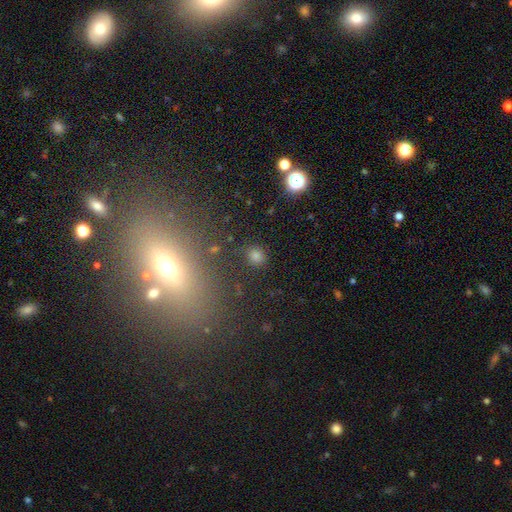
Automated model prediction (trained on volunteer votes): smooth_or_featured: smooth (p=0.72) [alt: star or artifact p=0.22]
how_rounded: round (p=0.81) [alt: in between p=0.17]
merging: none (p=0.87) [alt: minor disturbance p=0.07]